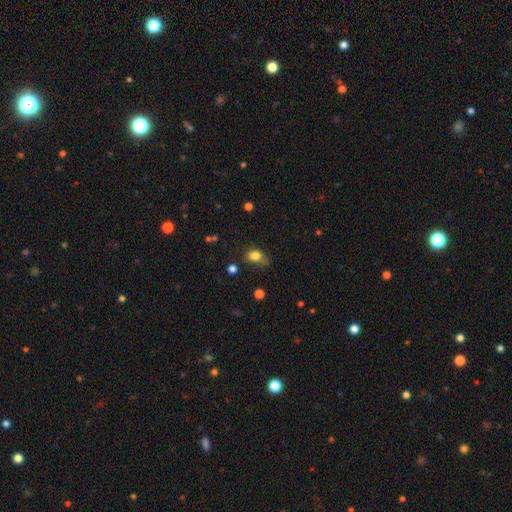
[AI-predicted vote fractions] smooth 81%, star or artifact 11%, featured or disk 8%. Down the decision tree: how rounded — in between (64%); merging — none (47%).